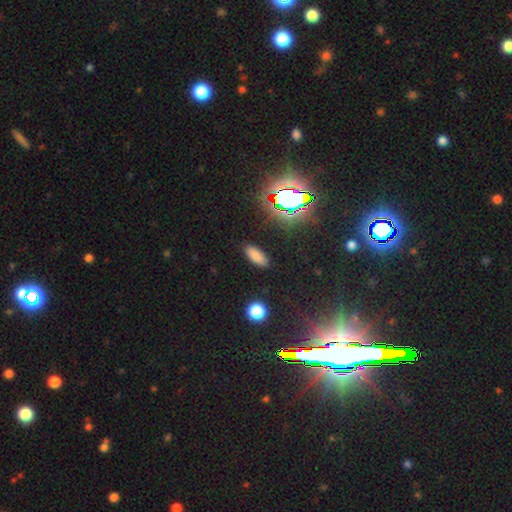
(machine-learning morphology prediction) This is likely a smooth galaxy (78%). How rounded: likely in between (80%). Merging: clearly none (88%).